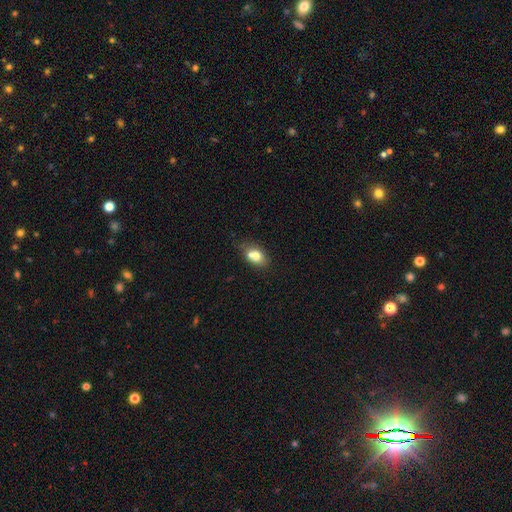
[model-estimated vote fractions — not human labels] Smooth or featured? Predicted: smooth (p=0.71). How rounded? Predicted: in between (p=0.73). Merging? Predicted: none (p=0.43).